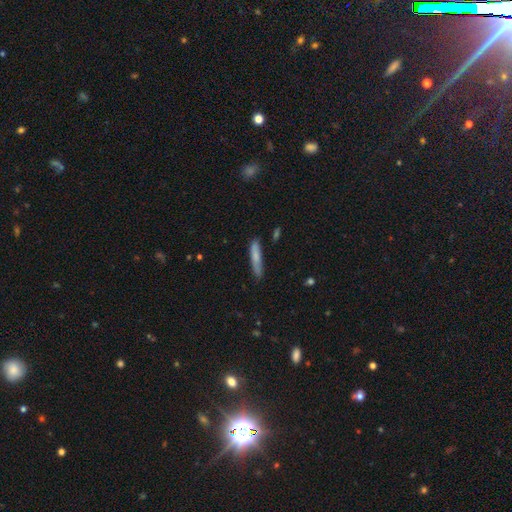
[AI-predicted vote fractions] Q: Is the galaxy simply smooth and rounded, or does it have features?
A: smooth — 75%.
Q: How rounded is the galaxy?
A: cigar-shaped — 90%.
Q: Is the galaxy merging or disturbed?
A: none — 79%.